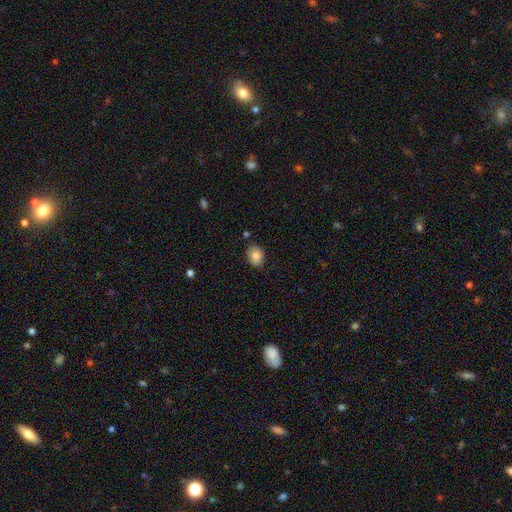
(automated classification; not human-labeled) Q: Smooth or featured?
A: smooth (82%); runner-up: featured or disk (10%)
Q: How rounded?
A: in between (63%); runner-up: round (36%)
Q: Merging?
A: none (81%); runner-up: minor disturbance (15%)